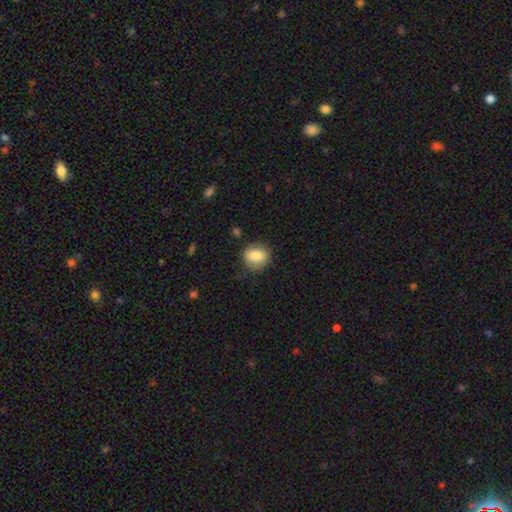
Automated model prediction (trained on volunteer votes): Q: Smooth or featured?
A: smooth (80%); runner-up: featured or disk (13%)
Q: How rounded?
A: round (65%); runner-up: in between (33%)
Q: Merging?
A: none (78%); runner-up: minor disturbance (16%)